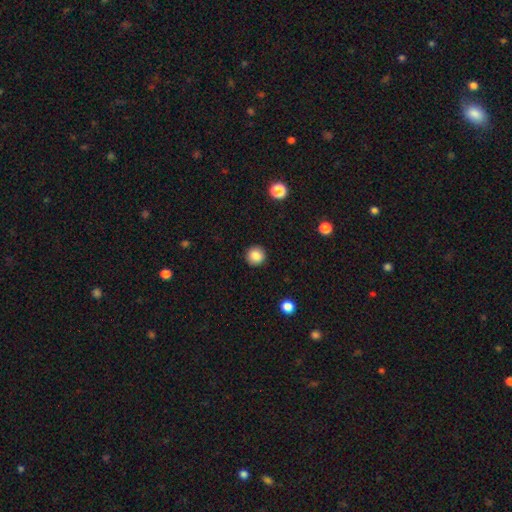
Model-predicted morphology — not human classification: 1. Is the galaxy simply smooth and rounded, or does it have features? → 86% smooth, 10% star or artifact, 4% featured or disk.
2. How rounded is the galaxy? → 93% round, 6% in between, 1% cigar-shaped.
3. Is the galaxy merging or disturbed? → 92% none, 5% minor disturbance, 2% major disturbance, 1% merger.